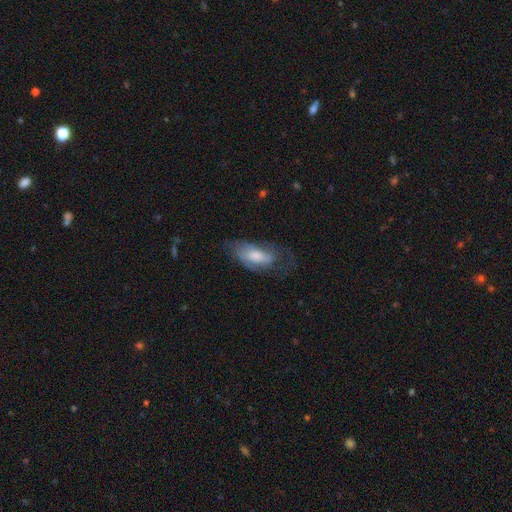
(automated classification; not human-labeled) A smooth galaxy with no disk features (50%).

Vote fractions:
- Smooth or featured? smooth: 50% / featured or disk: 43% / star or artifact: 7%
- Merging? none: 40% / major disturbance: 30% / minor disturbance: 28% / merger: 2%